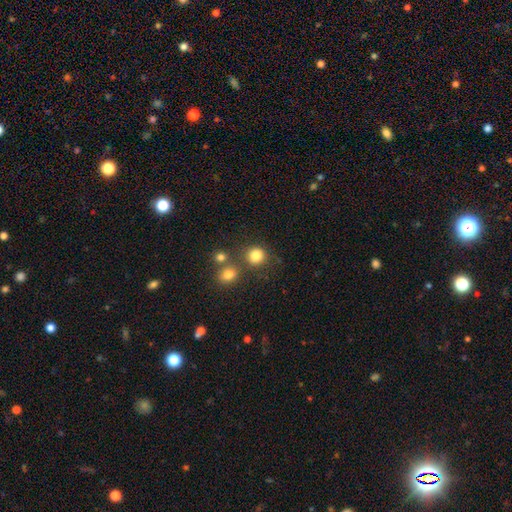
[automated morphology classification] The model was most divided on "merging": none: 73%, merger: 13%, minor disturbance: 10%, major disturbance: 4%. More confident: how rounded — round (88%); smooth or featured — smooth (82%).